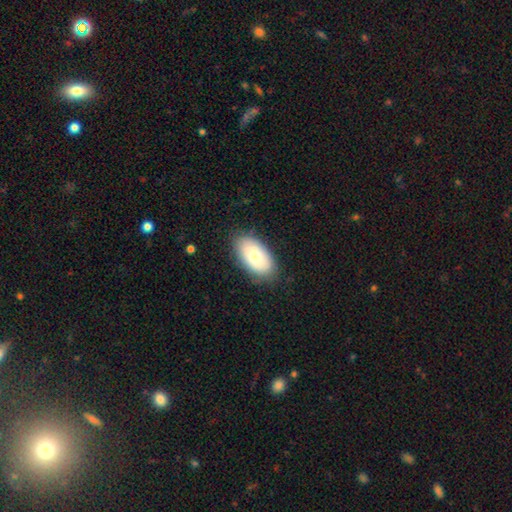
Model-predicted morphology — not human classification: The model was most divided on "smooth or featured": smooth: 71%, featured or disk: 22%, star or artifact: 7%. More confident: how rounded — in between (94%); merging — none (83%).